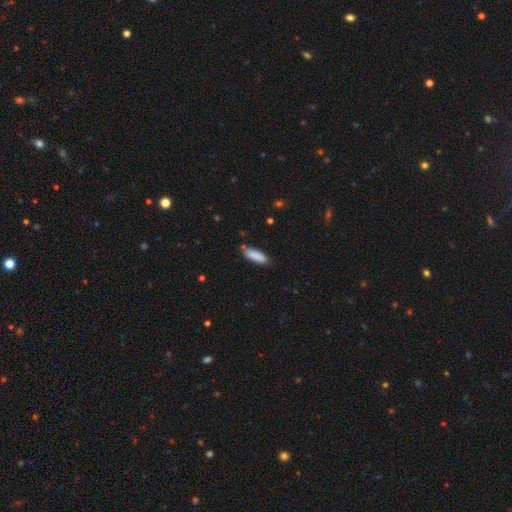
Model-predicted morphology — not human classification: A smooth galaxy with no disk features (87%) that is in between round and cigar-shaped (54%).

Vote fractions:
- Smooth or featured? smooth: 87% / featured or disk: 6% / star or artifact: 6%
- How rounded? in between: 54% / cigar-shaped: 44% / round: 2%
- Merging? none: 78% / minor disturbance: 16% / merger: 3% / major disturbance: 3%